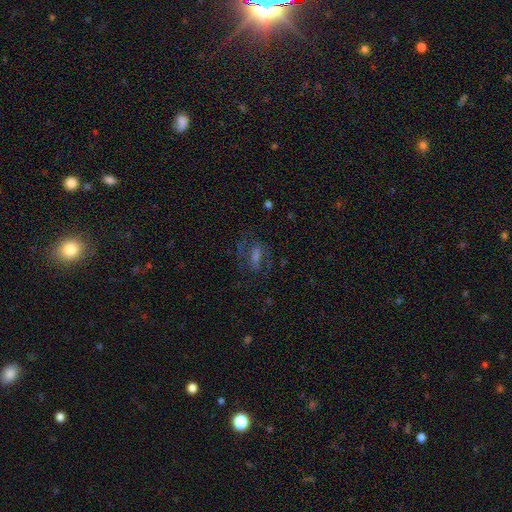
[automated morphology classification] A featured or disk galaxy (47%). Merging: none (67%).